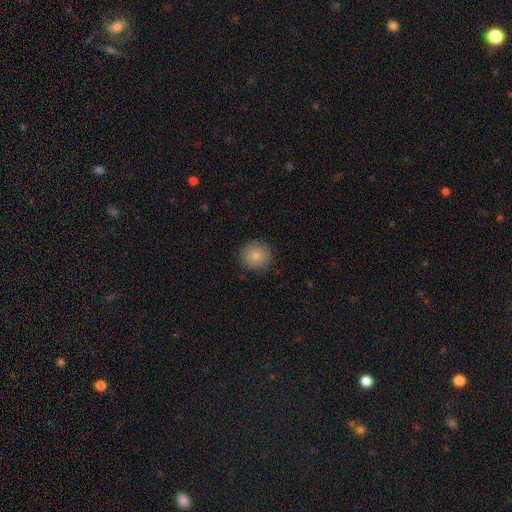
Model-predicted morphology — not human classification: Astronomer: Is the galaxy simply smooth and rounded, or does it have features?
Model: smooth — 81%.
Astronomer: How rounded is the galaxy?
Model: round — 94%.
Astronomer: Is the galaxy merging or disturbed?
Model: none — 89%.